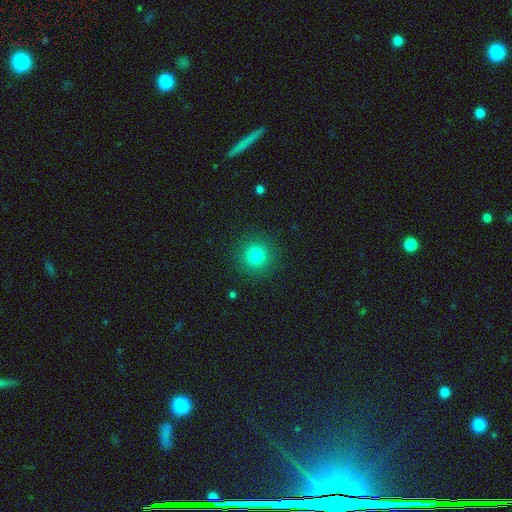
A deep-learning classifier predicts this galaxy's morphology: Smooth or featured: smooth — 80% (star or artifact — 14%)
How rounded: round — 95% (in between — 5%)
Merging: none — 91% (minor disturbance — 6%)